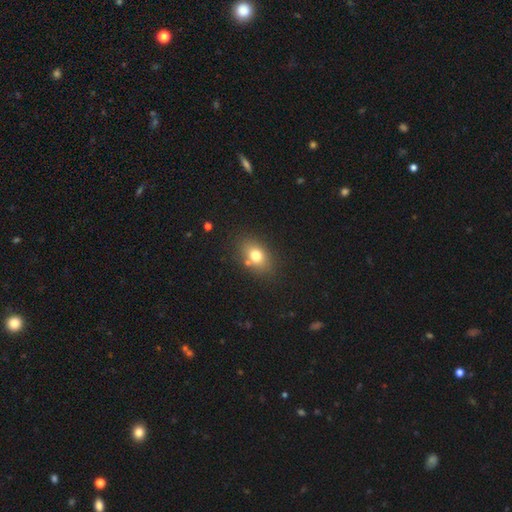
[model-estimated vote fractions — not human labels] Smooth or featured? Predicted: smooth (p=0.73). How rounded? Predicted: in between (p=0.72). Merging? Predicted: none (p=0.76).